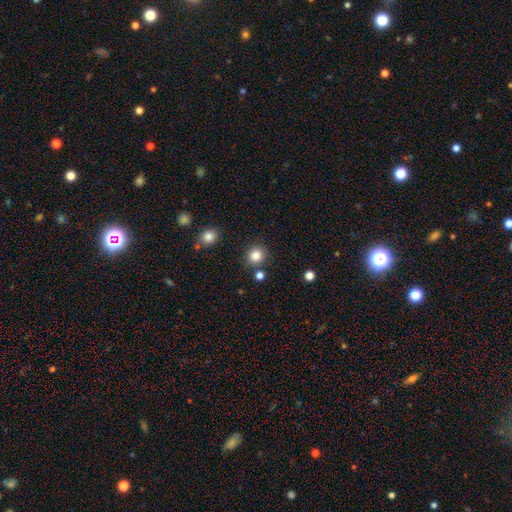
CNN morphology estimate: smooth 84%, star or artifact 11%, featured or disk 5%. Down the decision tree: how rounded — round (89%); merging — none (85%).